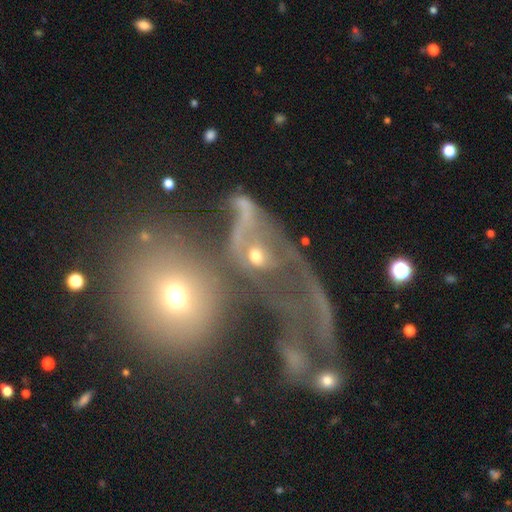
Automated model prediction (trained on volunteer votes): This is possibly a featured or disk galaxy (46%). Merging: possibly merger (46%).